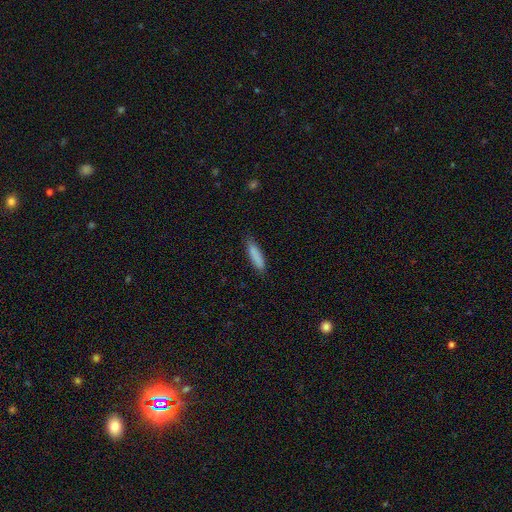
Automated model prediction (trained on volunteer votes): This appears to be a smooth galaxy with no disk features (86%) that is cigar-shaped (72%). Merging: none (82%).